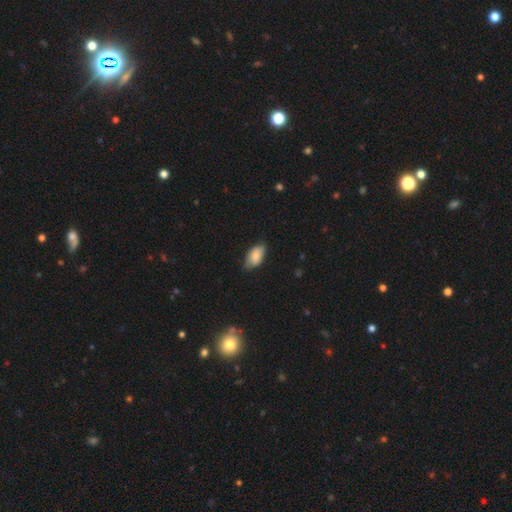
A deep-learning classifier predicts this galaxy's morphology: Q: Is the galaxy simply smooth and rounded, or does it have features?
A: smooth — 80%.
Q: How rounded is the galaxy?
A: in between — 93%.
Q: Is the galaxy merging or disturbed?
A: none — 69%.